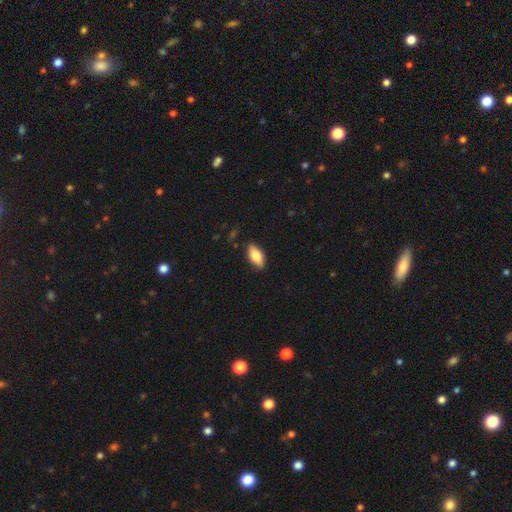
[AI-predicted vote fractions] A smooth galaxy with no disk features (79%) that is in between round and cigar-shaped (89%).

Vote fractions:
- Smooth or featured? smooth: 79% / featured or disk: 15% / star or artifact: 6%
- How rounded? in between: 89% / cigar-shaped: 8% / round: 3%
- Merging? none: 86% / minor disturbance: 11% / major disturbance: 2% / merger: 1%